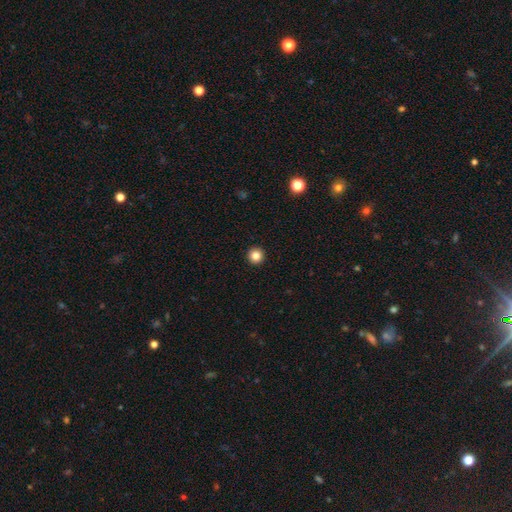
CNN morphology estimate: Smooth or featured? Predicted: smooth (p=0.84). How rounded? Predicted: round (p=0.96). Merging? Predicted: none (p=0.94).